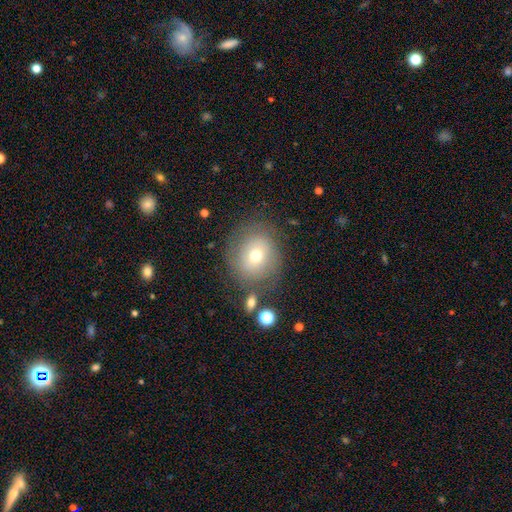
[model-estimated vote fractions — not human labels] Q: Smooth or featured?
A: smooth (63%); runner-up: featured or disk (25%)
Q: How rounded?
A: round (78%); runner-up: in between (21%)
Q: Merging?
A: none (74%); runner-up: minor disturbance (15%)